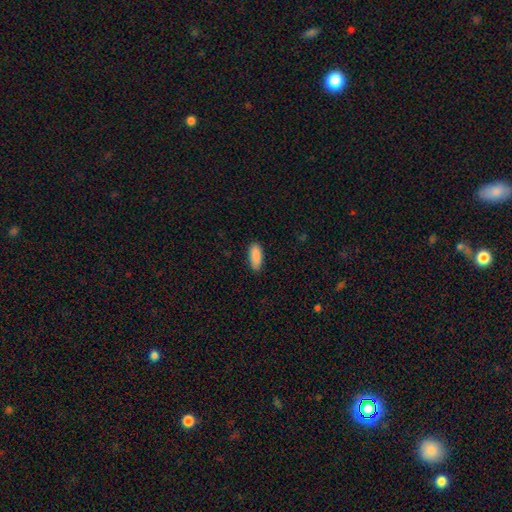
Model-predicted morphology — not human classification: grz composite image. It shows a smooth galaxy with no disk features (90%) that is in between round and cigar-shaped (78%). Merging: none (86%).